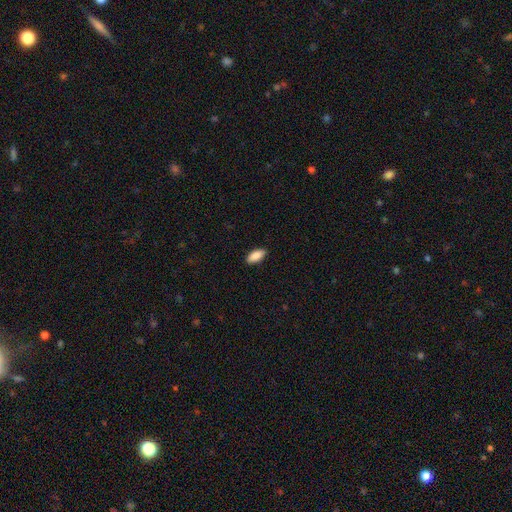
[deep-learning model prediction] Smooth or featured? Predicted: smooth (p=0.89). How rounded? Predicted: in between (p=0.87). Merging? Predicted: none (p=0.89).